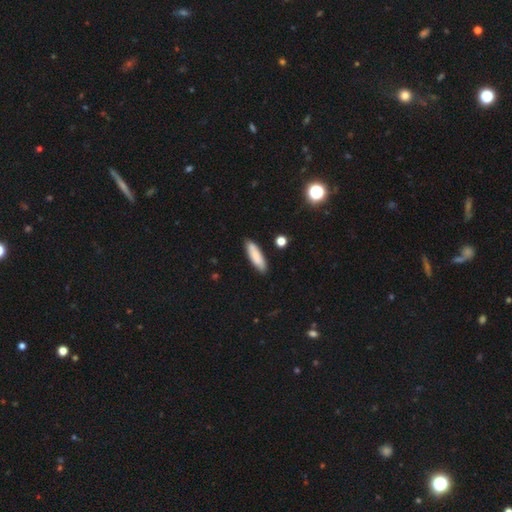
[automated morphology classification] smooth_or_featured: smooth (p=0.82) [alt: featured or disk p=0.11]
how_rounded: cigar-shaped (p=0.61) [alt: in between p=0.38]
merging: none (p=0.86) [alt: minor disturbance p=0.10]